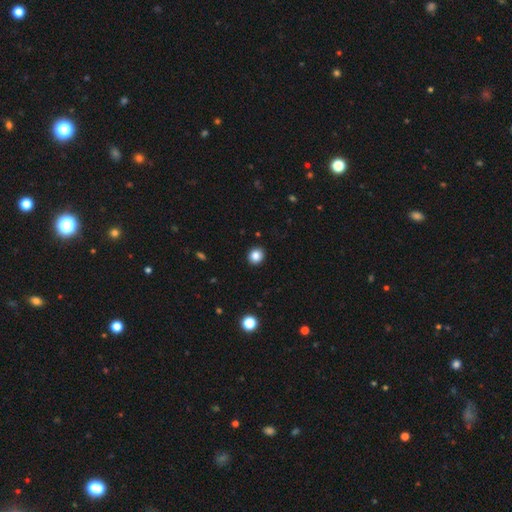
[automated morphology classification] smooth_or_featured: smooth (p=0.86) [alt: star or artifact p=0.10]
how_rounded: round (p=0.76) [alt: in between p=0.23]
merging: none (p=0.92) [alt: minor disturbance p=0.06]